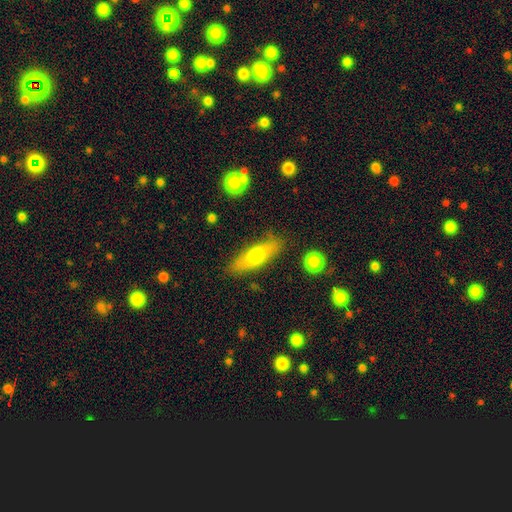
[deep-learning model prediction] Overall: smooth (64%; featured or disk 30%). How rounded: in between (49%; cigar-shaped 48%). Merging: none (80%).